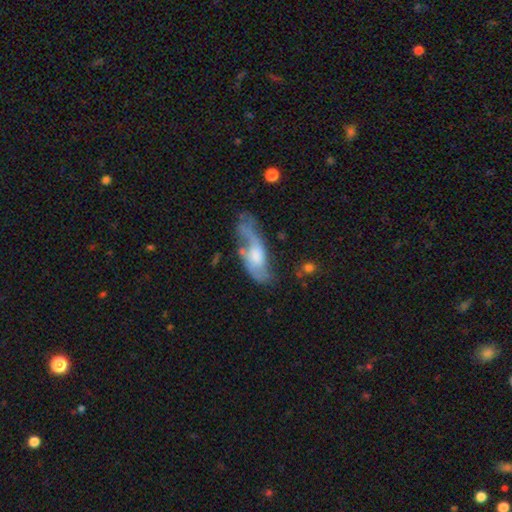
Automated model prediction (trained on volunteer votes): Smooth or featured? featured or disk (56%)
Edge-on disk? no (83%)
Merging? major disturbance (33%)